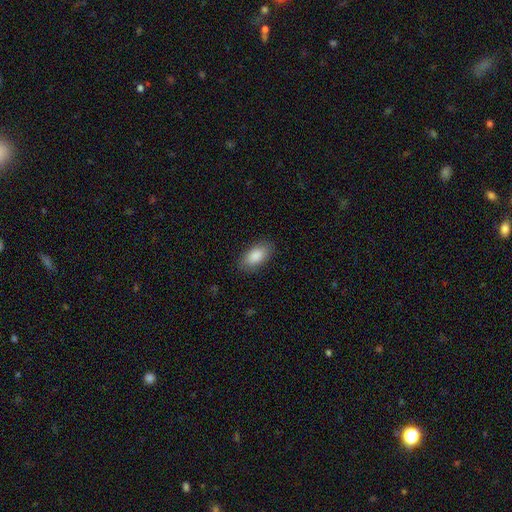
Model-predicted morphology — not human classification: smooth-or-featured: smooth: 88% | star or artifact: 6% | featured or disk: 6%
  how-rounded: in between: 93% | cigar-shaped: 4% | round: 3%
  merging: none: 86% | minor disturbance: 10% | major disturbance: 3% | merger: 1%